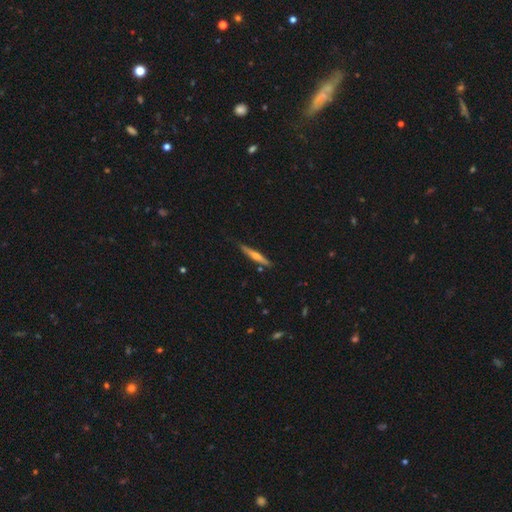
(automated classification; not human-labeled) A featured or disk galaxy (62%) viewed edge-on (97%) with a rounded central bulge (80%).

Vote fractions:
- Smooth or featured? featured or disk: 62% / smooth: 32% / star or artifact: 6%
- Edge-on disk? yes: 97% / no: 3%
- Edge-on bulge? rounded: 80% / none: 14% / boxy: 6%
- Merging? none: 85% / minor disturbance: 12% / merger: 2% / major disturbance: 2%